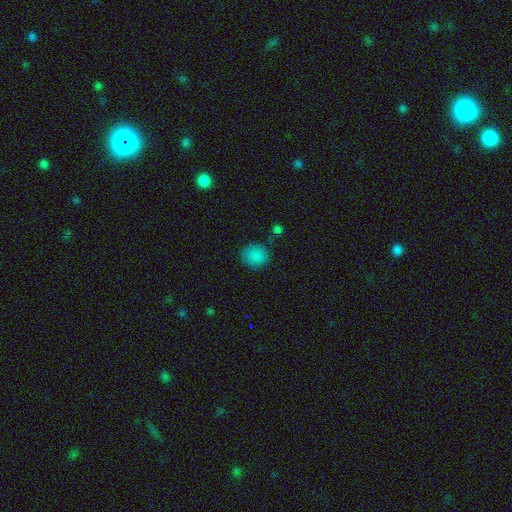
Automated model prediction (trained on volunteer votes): A smooth galaxy with no disk features (86%) that is round (83%).

Vote fractions:
- Smooth or featured? smooth: 86% / star or artifact: 11% / featured or disk: 4%
- How rounded? round: 83% / in between: 16% / cigar-shaped: 1%
- Merging? none: 83% / minor disturbance: 11% / major disturbance: 3% / merger: 3%